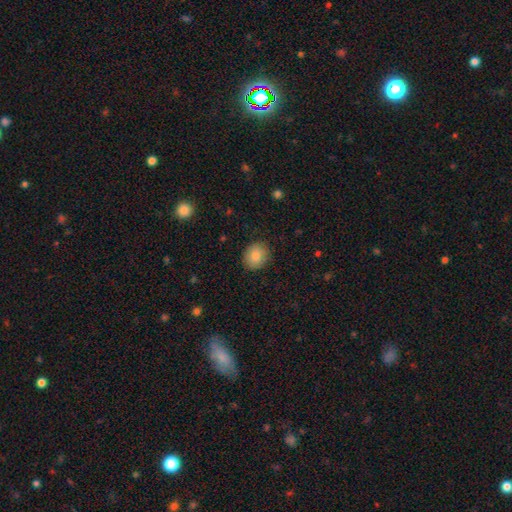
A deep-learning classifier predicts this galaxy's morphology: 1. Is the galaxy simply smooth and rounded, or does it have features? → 86% smooth, 8% star or artifact, 6% featured or disk.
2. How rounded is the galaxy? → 71% round, 28% in between, 1% cigar-shaped.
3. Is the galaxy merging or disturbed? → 87% none, 9% minor disturbance, 3% major disturbance, 1% merger.